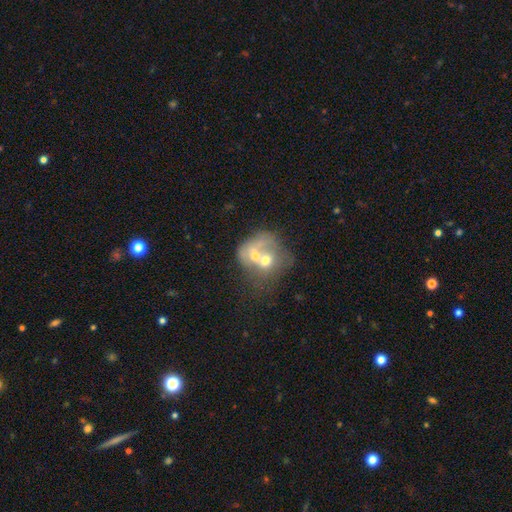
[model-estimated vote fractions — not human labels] featured or disk 47%, smooth 43%, star or artifact 10%. Down the decision tree: merging — merger (73%).